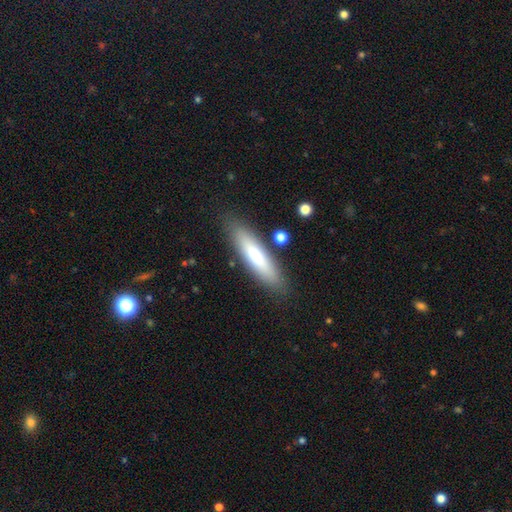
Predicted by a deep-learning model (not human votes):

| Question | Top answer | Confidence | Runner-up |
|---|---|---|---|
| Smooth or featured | smooth | 66% | featured or disk (28%) |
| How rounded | cigar-shaped | 71% | in between (27%) |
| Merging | none | 84% | minor disturbance (10%) |